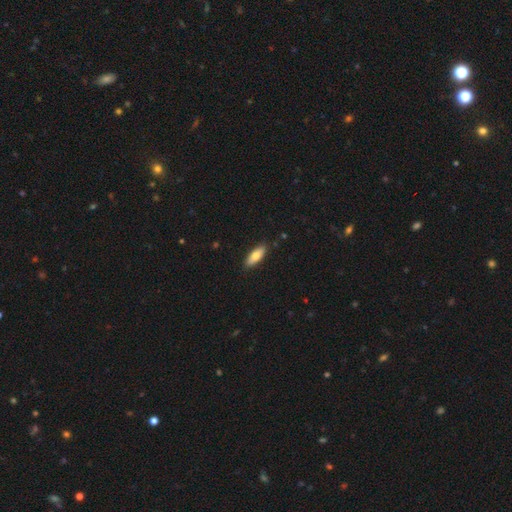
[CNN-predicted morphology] smooth 76%, featured or disk 18%, star or artifact 6%. Down the decision tree: how rounded — in between (68%); merging — none (88%).